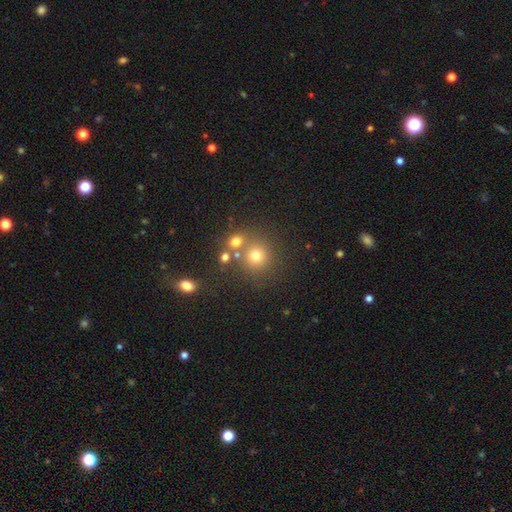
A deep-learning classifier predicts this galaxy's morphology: smooth_or_featured: smooth (p=0.71) [alt: star or artifact p=0.19]
how_rounded: round (p=0.91) [alt: in between p=0.08]
merging: none (p=0.68) [alt: merger p=0.19]